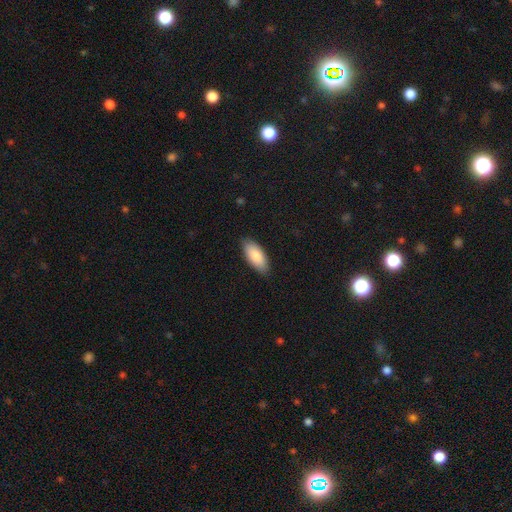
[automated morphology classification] type=smooth (84%); roundness=in between (87%); merging=none (85%).